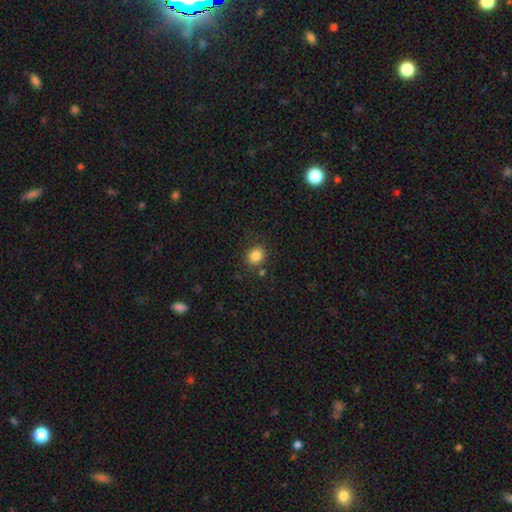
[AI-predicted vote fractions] The model was most divided on "how rounded": round: 68%, in between: 31%, cigar-shaped: 1%. More confident: smooth or featured — smooth (84%); merging — none (81%).